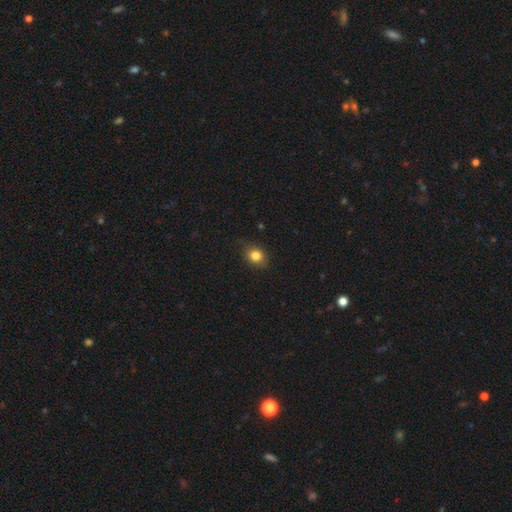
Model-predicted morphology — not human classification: A smooth galaxy with no disk features (82%) that is round (61%). Merging: none (81%).